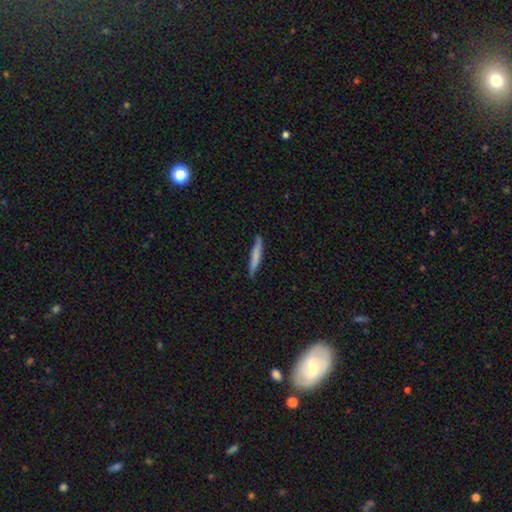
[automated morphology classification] smooth_or_featured: smooth (p=0.71) [alt: featured or disk p=0.23]
how_rounded: cigar-shaped (p=0.95) [alt: in between p=0.04]
merging: none (p=0.86) [alt: minor disturbance p=0.11]